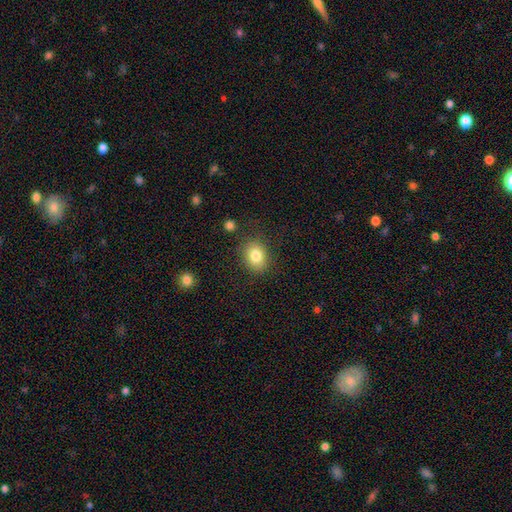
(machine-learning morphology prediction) smooth 83%, star or artifact 9%, featured or disk 8%. Down the decision tree: how rounded — in between (50%); merging — none (82%).